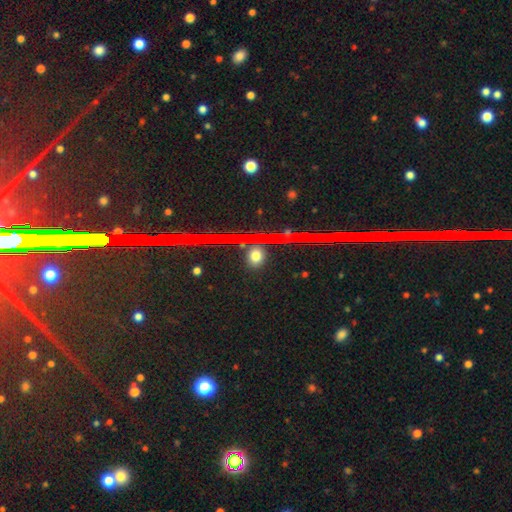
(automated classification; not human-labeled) smooth-or-featured: smooth: 60% | star or artifact: 31% | featured or disk: 9%
  how-rounded: round: 74% | in between: 21% | cigar-shaped: 5%
  merging: none: 88% | minor disturbance: 7% | merger: 3% | major disturbance: 2%